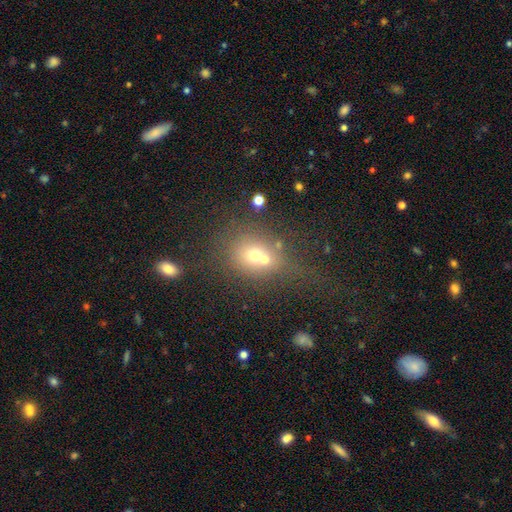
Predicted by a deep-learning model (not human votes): Overall: smooth (60%; featured or disk 22%). How rounded: round (64%; in between 35%). Merging: merger (51%; none 30%).